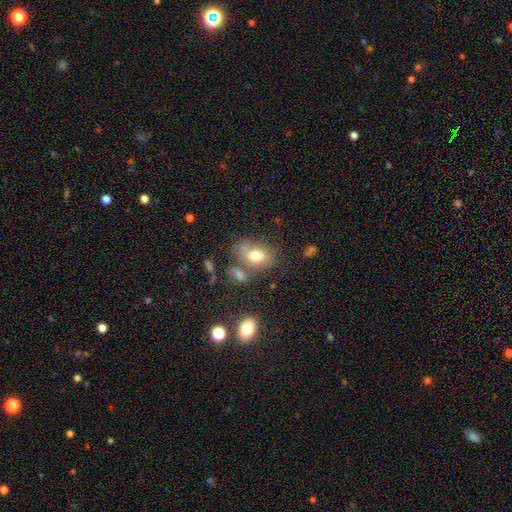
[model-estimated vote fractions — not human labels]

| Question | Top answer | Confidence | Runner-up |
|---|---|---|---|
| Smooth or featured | smooth | 72% | featured or disk (17%) |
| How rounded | in between | 72% | round (26%) |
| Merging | none | 51% | merger (21%) |